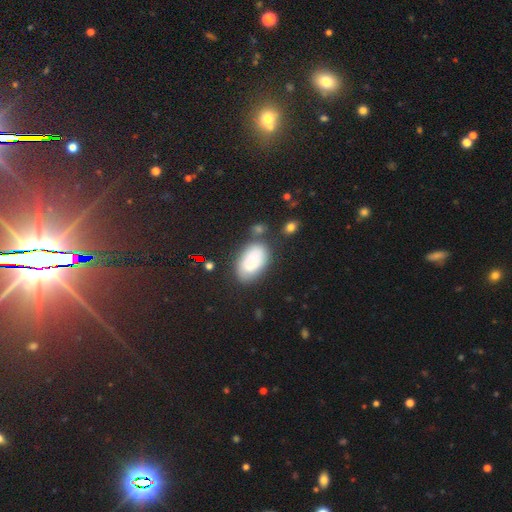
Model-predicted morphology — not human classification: A smooth galaxy with no disk features (77%) that is in between round and cigar-shaped (92%). Merging: none (64%).